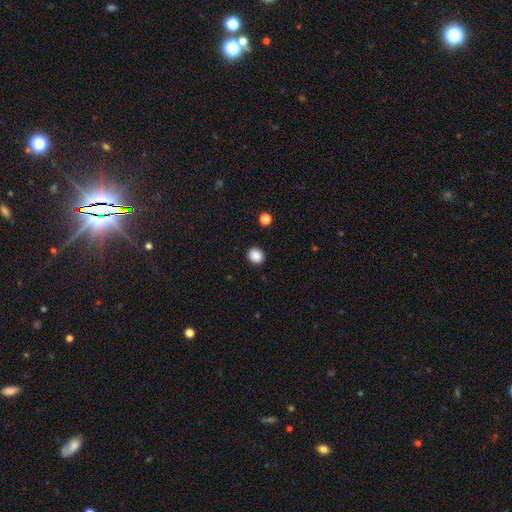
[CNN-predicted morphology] A smooth galaxy with no disk features (88%) that is round (77%).

Vote fractions:
- Smooth or featured? smooth: 88% / star or artifact: 10% / featured or disk: 2%
- How rounded? round: 77% / in between: 22% / cigar-shaped: 1%
- Merging? none: 91% / minor disturbance: 6% / major disturbance: 2% / merger: 1%